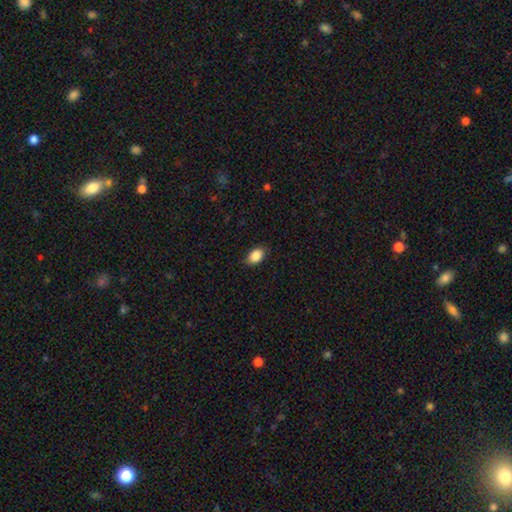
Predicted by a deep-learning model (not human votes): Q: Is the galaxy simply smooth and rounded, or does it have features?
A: smooth — 88%.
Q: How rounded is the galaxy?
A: in between — 86%.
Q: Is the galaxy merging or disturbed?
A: none — 86%.